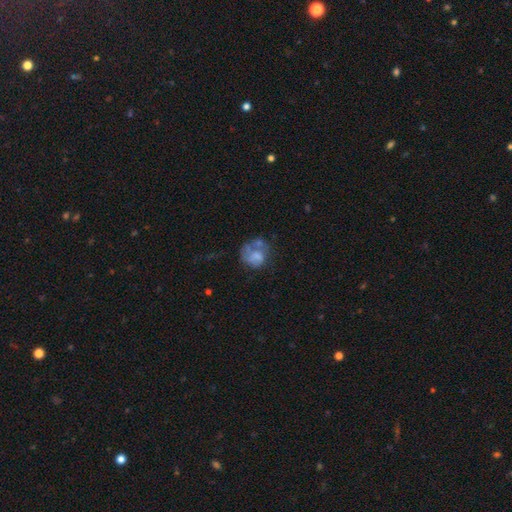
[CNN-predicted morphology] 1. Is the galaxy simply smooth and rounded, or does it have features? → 46% smooth, 45% featured or disk, 9% star or artifact.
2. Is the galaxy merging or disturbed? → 36% none, 28% major disturbance, 22% minor disturbance, 14% merger.